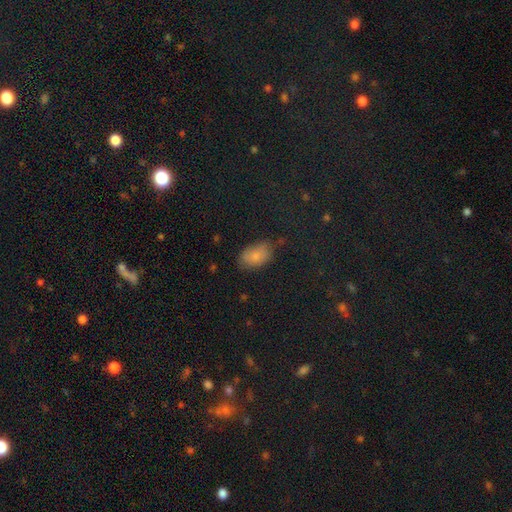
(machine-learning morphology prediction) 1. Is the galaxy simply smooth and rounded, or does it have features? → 80% smooth, 10% star or artifact, 10% featured or disk.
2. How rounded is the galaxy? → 90% in between, 9% round, 2% cigar-shaped.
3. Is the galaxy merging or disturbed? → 62% none, 27% minor disturbance, 8% major disturbance, 3% merger.